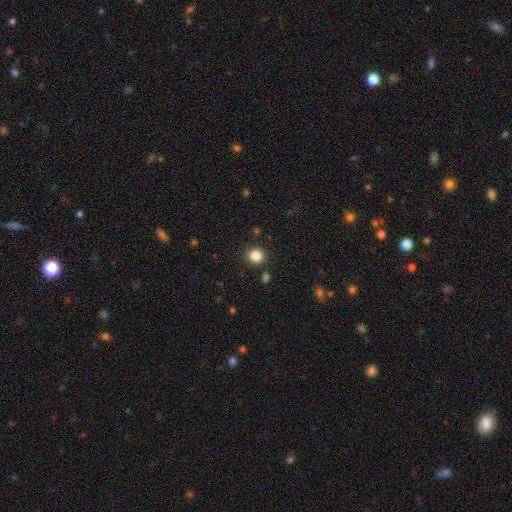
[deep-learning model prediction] This is clearly a smooth galaxy (84%). How rounded: clearly round (83%). Merging: clearly none (88%).